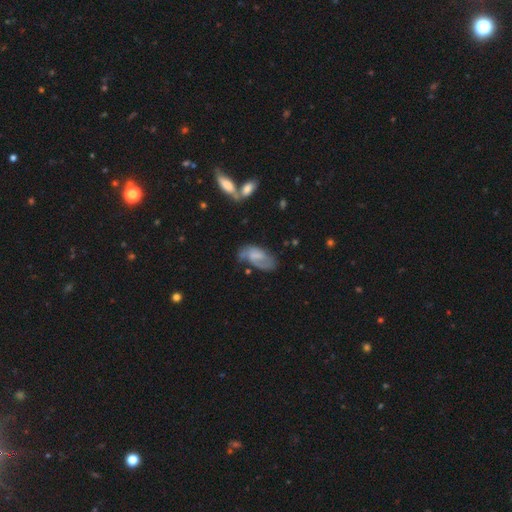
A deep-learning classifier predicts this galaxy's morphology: Smooth or featured: featured or disk — 56% (smooth — 36%)
Edge-on disk: no — 95% (yes — 5%)
Bar: no — 50% (weak — 39%)
Spiral arms: yes — 80% (no — 20%)
Bulge size: none — 51% (small — 21%)
Merging: none — 47% (minor disturbance — 27%)